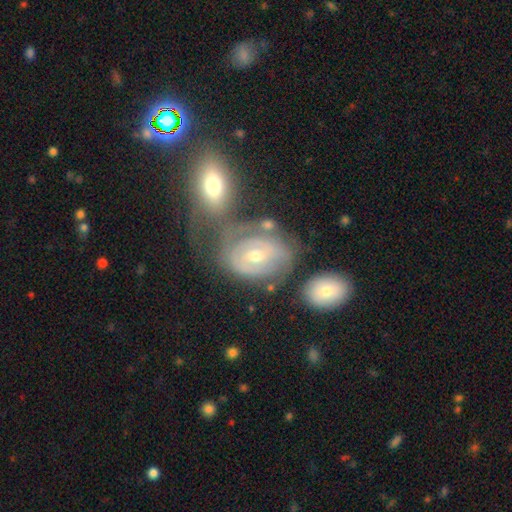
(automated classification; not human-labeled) Overall: featured or disk (72%). Edge-on disk: no (96%). Bar: no (55%; weak 34%). Spiral arms: yes (72%). Bulge size: moderate (59%; small 36%). Merging: none (42%; merger 22%).